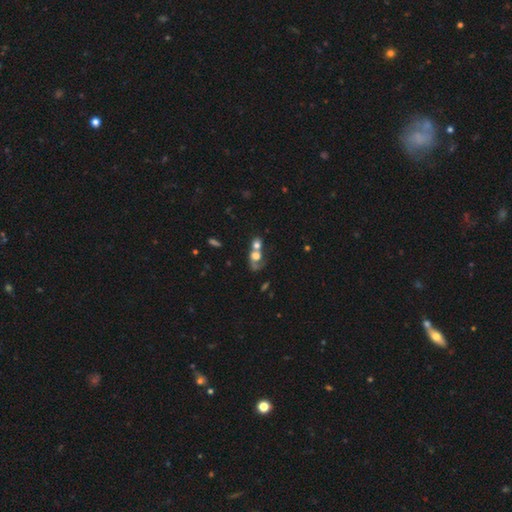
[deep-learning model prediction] A smooth galaxy with no disk features (50%).

Vote fractions:
- Smooth or featured? smooth: 50% / featured or disk: 38% / star or artifact: 13%
- Merging? merger: 63% / none: 17% / major disturbance: 13% / minor disturbance: 8%